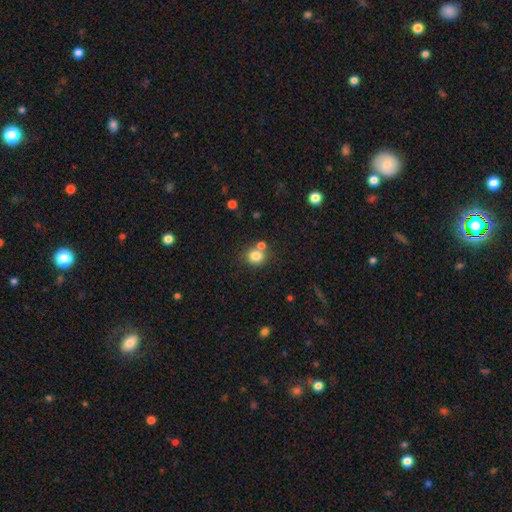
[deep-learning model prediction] Overall: smooth (82%). How rounded: round (84%). Merging: none (64%).